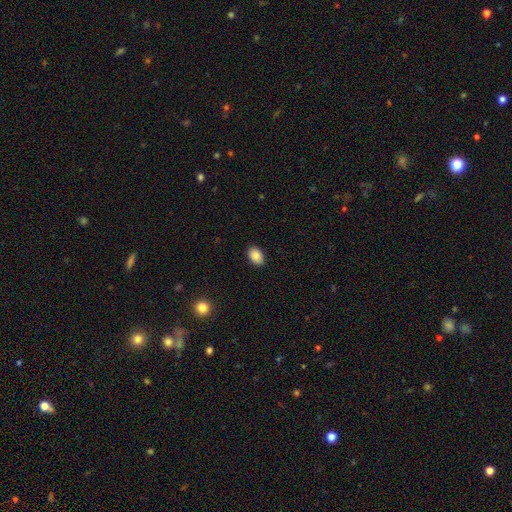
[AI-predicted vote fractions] Smooth or featured: smooth — 88% (star or artifact — 8%)
How rounded: in between — 79% (round — 20%)
Merging: none — 89% (minor disturbance — 8%)